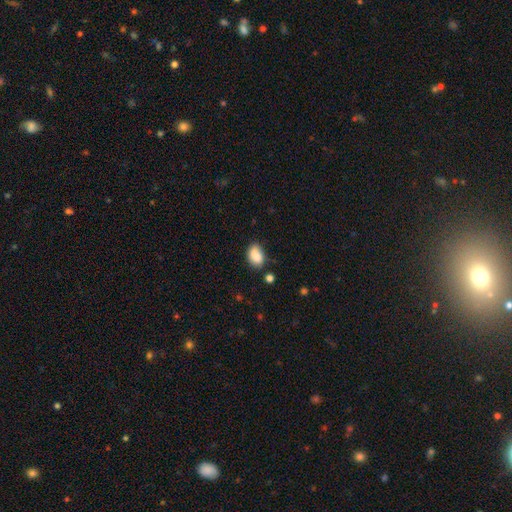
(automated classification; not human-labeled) Overall: smooth (80%). How rounded: in between (82%). Merging: none (50%; merger 23%).